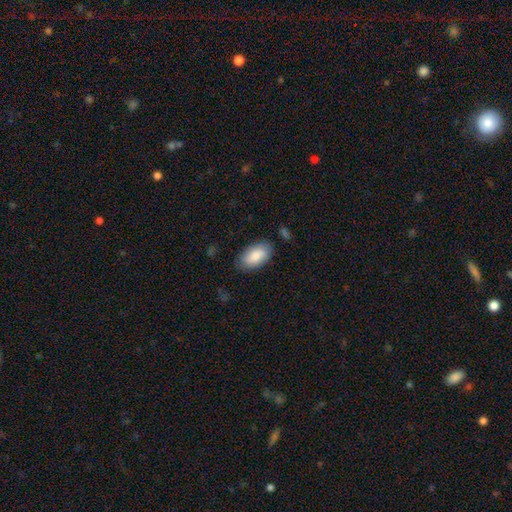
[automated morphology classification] Smooth or featured? Predicted: smooth (p=0.84). How rounded? Predicted: in between (p=0.95). Merging? Predicted: none (p=0.81).